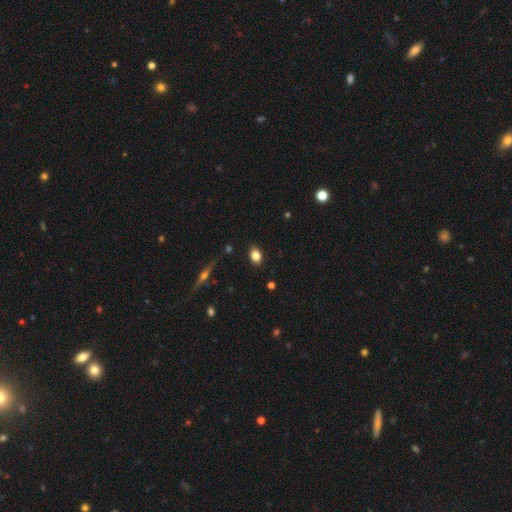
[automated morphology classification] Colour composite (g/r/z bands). It shows a smooth galaxy with no disk features (82%) that is in between round and cigar-shaped (78%). Merging: none (87%).